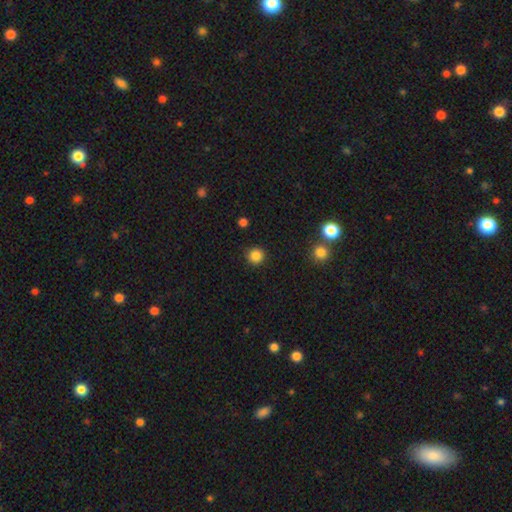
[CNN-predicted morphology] Smooth or featured: smooth — 85% (star or artifact — 11%)
How rounded: round — 95% (in between — 4%)
Merging: none — 91% (minor disturbance — 5%)